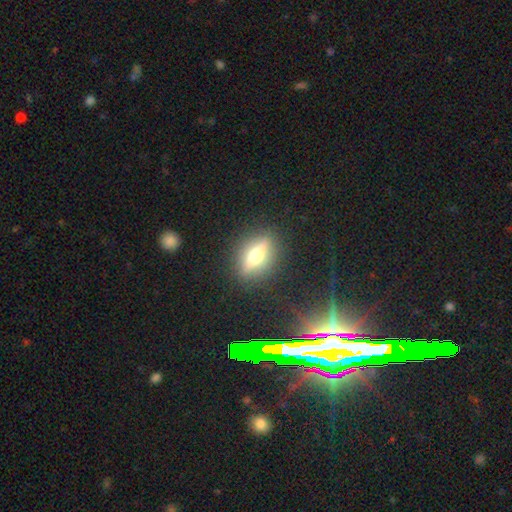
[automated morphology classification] Smooth or featured? Predicted: featured or disk (p=0.57). Edge-on disk? Predicted: yes (p=0.83). Merging? Predicted: none (p=0.85).